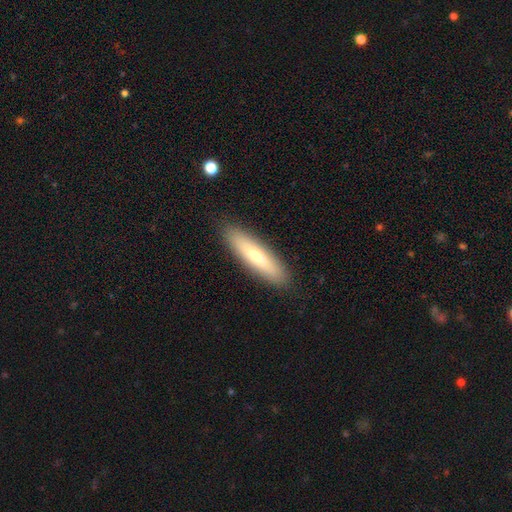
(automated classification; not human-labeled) Morphology: type=smooth (60%); roundness=cigar-shaped (71%); merging=none (89%).